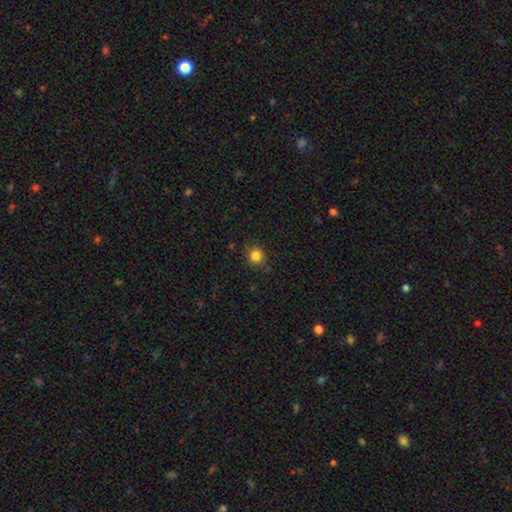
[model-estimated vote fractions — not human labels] smooth_or_featured: smooth (p=0.83) [alt: star or artifact p=0.12]
how_rounded: round (p=0.88) [alt: in between p=0.11]
merging: none (p=0.85) [alt: minor disturbance p=0.11]